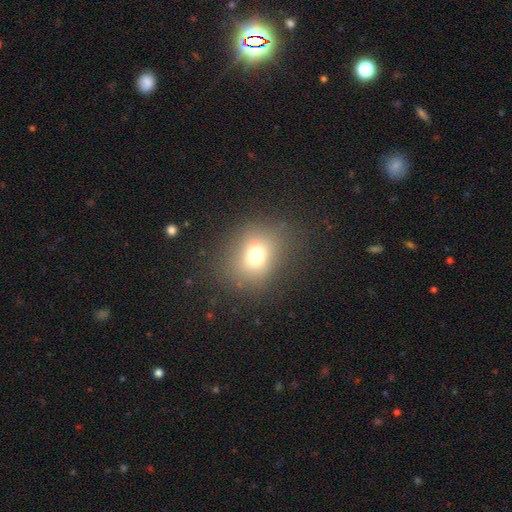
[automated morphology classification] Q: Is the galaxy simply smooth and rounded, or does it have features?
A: smooth — 71%.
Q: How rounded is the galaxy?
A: round — 66%.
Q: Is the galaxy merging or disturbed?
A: none — 81%.